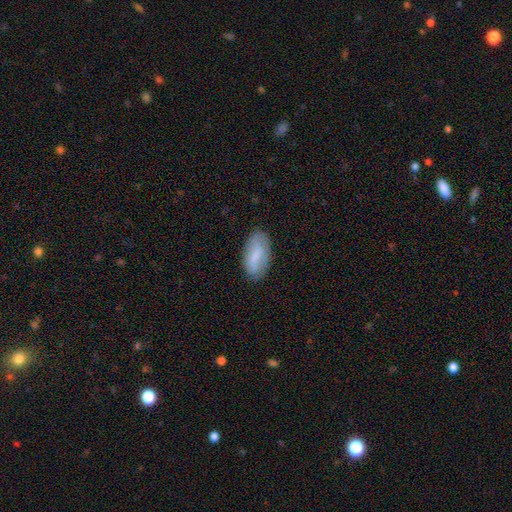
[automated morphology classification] Overall: smooth (68%). How rounded: in between (91%). Merging: none (78%).